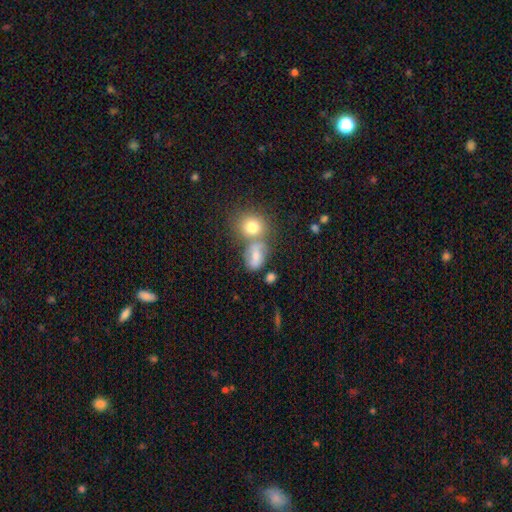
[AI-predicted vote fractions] A smooth galaxy with no disk features (65%) that is in between round and cigar-shaped (63%). Merging: none (41%).